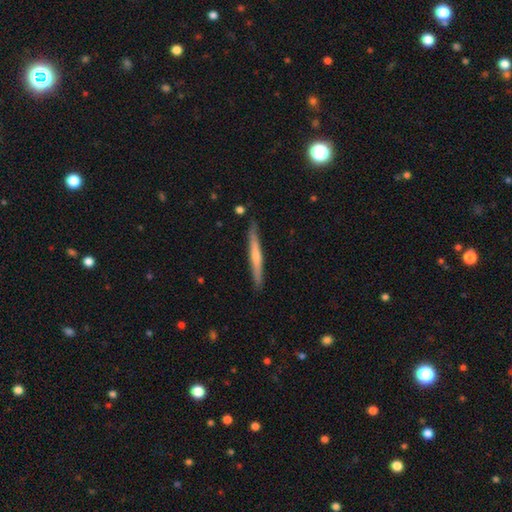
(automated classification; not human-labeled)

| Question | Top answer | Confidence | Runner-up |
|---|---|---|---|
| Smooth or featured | featured or disk | 66% | smooth (27%) |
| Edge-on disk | yes | 97% | no (3%) |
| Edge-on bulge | rounded | 65% | none (28%) |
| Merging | none | 89% | minor disturbance (8%) |